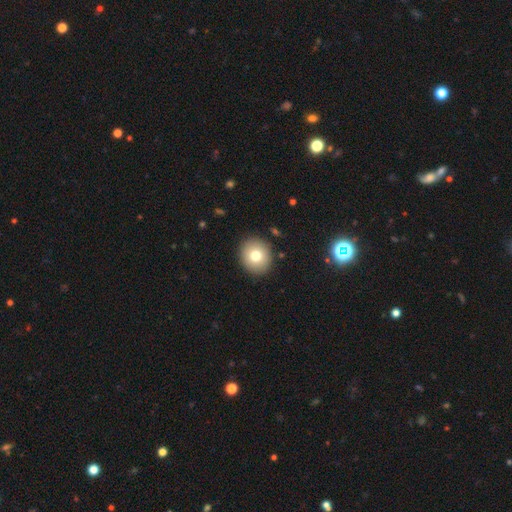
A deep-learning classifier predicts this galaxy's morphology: This appears to be a smooth galaxy with no disk features (76%) that is round (83%). Merging: none (90%).